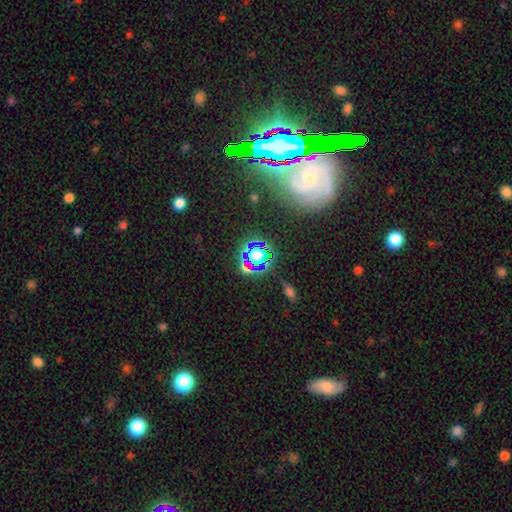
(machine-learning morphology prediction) Smooth or featured?
  - star or artifact: 64% *
  - smooth: 25%
  - featured or disk: 11%